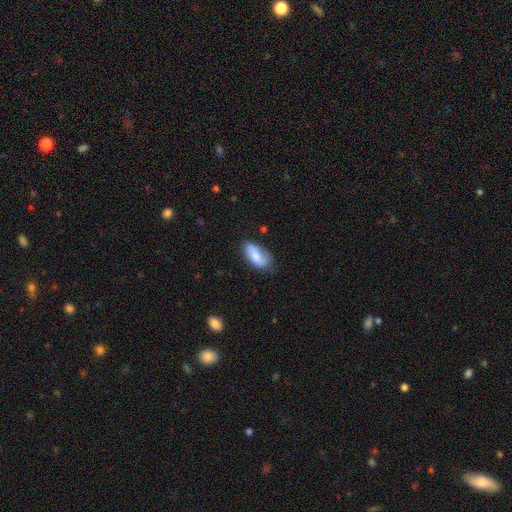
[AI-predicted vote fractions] Smooth or featured: smooth — 70% (featured or disk — 23%)
How rounded: in between — 92% (cigar-shaped — 5%)
Merging: none — 54% (minor disturbance — 32%)